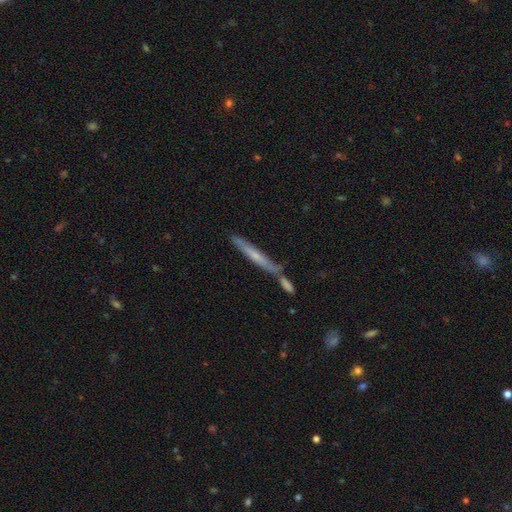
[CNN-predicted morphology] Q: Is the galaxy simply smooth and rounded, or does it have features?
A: featured or disk — 53%.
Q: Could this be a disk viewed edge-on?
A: yes — 91%.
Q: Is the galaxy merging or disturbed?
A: none — 63%.